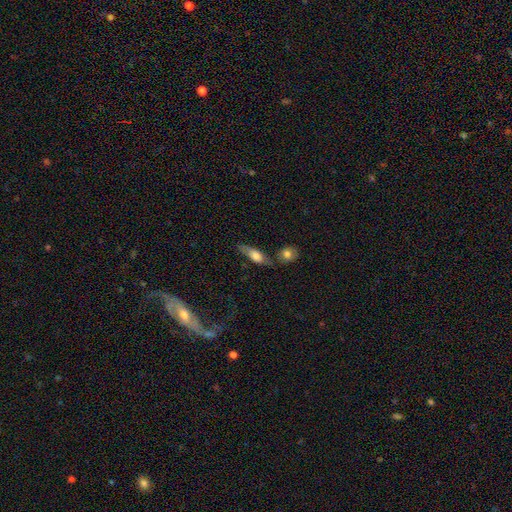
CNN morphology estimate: smooth 63%, featured or disk 29%, star or artifact 7%. Down the decision tree: how rounded — in between (56%); merging — none (55%).